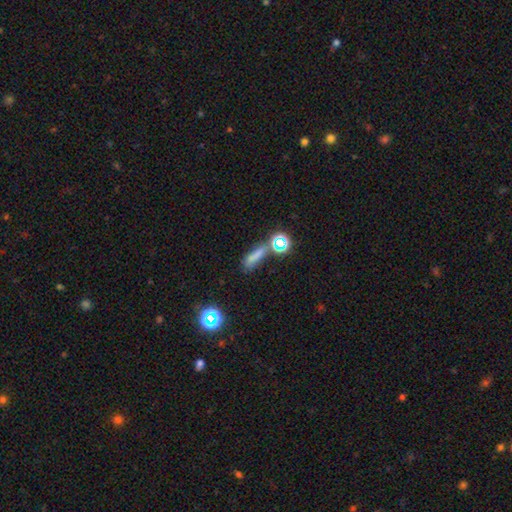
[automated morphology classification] A smooth galaxy with no disk features (62%) that is cigar-shaped (61%).

Vote fractions:
- Smooth or featured? smooth: 62% / star or artifact: 24% / featured or disk: 14%
- How rounded? cigar-shaped: 61% / in between: 28% / round: 11%
- Merging? none: 54% / minor disturbance: 18% / merger: 17% / major disturbance: 11%